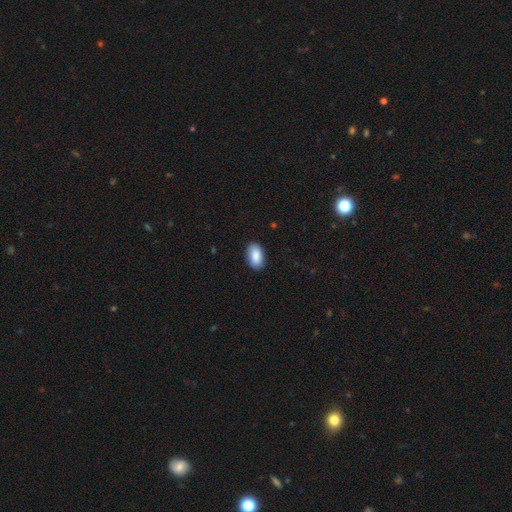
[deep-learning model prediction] Smooth or featured?
  - smooth: 88% *
  - star or artifact: 6%
  - featured or disk: 5%
How rounded?
  - in between: 94% *
  - round: 5%
  - cigar-shaped: 2%
Merging?
  - none: 87% *
  - minor disturbance: 10%
  - major disturbance: 2%
  - merger: 1%